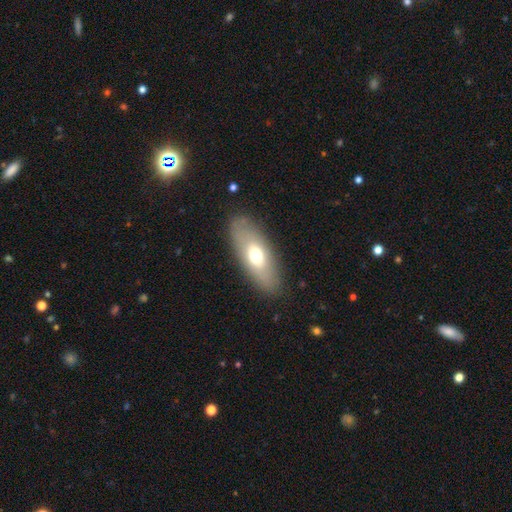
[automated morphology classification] smooth_or_featured: smooth (p=0.62) [alt: featured or disk p=0.31]
how_rounded: in between (p=0.79) [alt: cigar-shaped p=0.18]
merging: none (p=0.84) [alt: minor disturbance p=0.11]